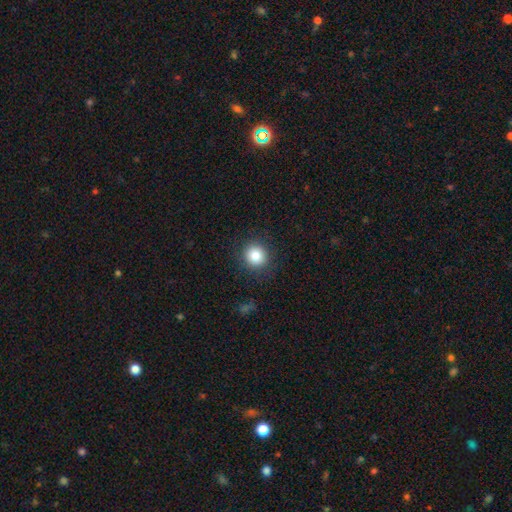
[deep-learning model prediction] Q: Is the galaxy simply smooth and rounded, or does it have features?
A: smooth — 84%.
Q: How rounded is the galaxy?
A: round — 89%.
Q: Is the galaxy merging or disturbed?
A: none — 88%.